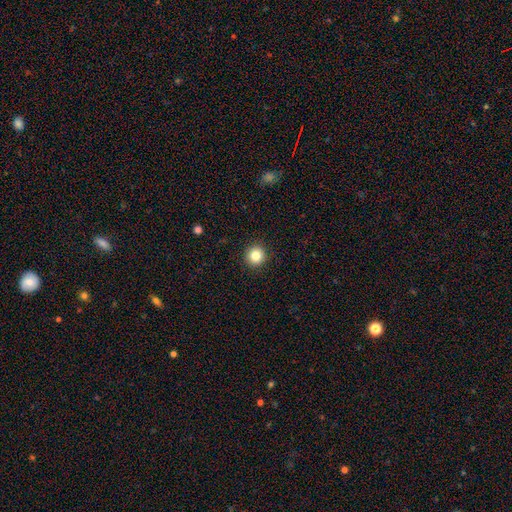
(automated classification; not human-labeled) Smooth or featured: smooth — 84% (star or artifact — 11%)
How rounded: round — 93% (in between — 6%)
Merging: none — 93% (minor disturbance — 5%)